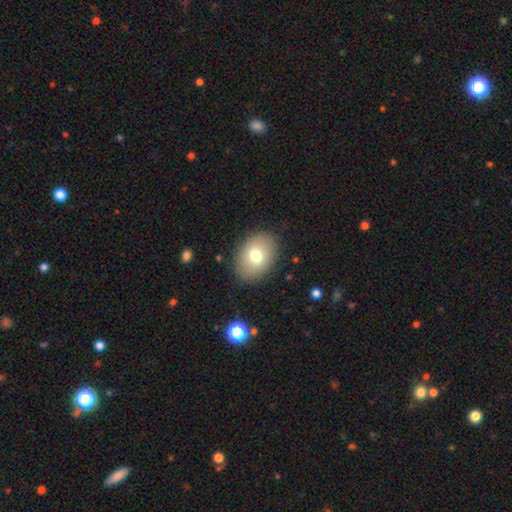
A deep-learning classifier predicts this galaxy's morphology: The model was most divided on "how rounded": in between: 67%, round: 32%, cigar-shaped: 1%. More confident: merging — none (87%); smooth or featured — smooth (75%).